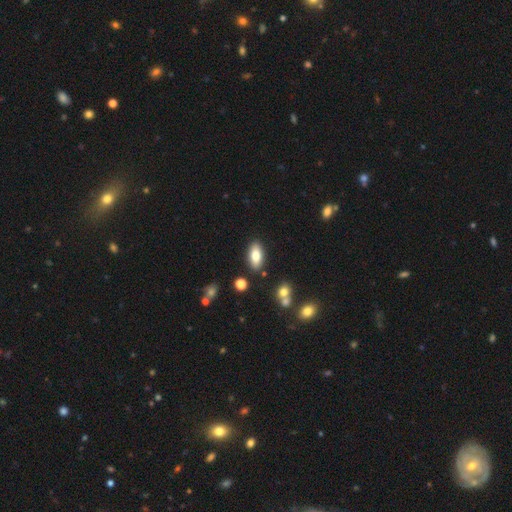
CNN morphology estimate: smooth_or_featured: smooth (p=0.79) [alt: featured or disk p=0.14]
how_rounded: in between (p=0.88) [alt: cigar-shaped p=0.09]
merging: none (p=0.85) [alt: minor disturbance p=0.09]